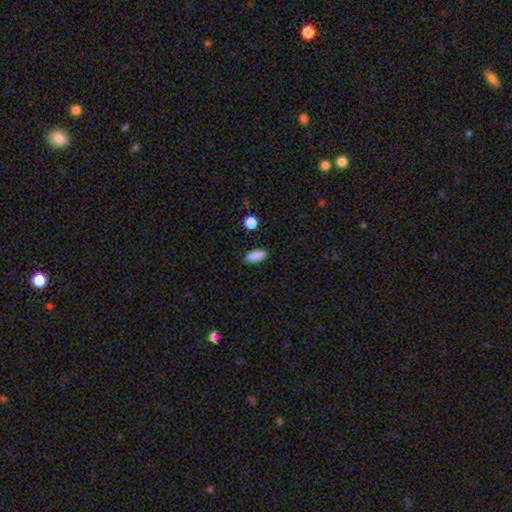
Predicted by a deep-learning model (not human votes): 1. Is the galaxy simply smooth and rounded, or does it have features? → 88% smooth, 8% star or artifact, 4% featured or disk.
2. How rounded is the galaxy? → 77% in between, 20% cigar-shaped, 3% round.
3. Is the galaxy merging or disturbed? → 88% none, 8% minor disturbance, 2% major disturbance, 2% merger.